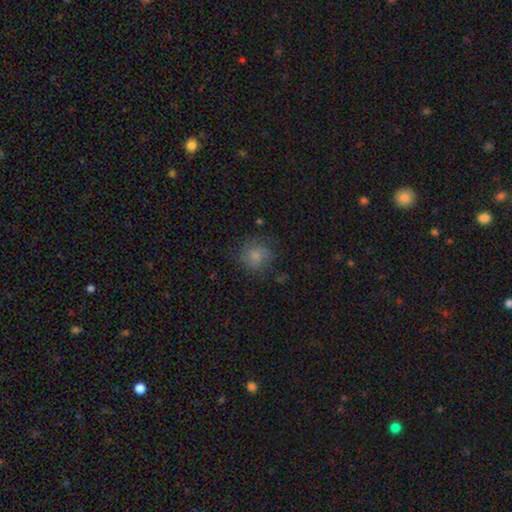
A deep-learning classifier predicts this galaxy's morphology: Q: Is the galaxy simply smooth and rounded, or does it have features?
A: smooth — 73%.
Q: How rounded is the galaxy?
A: round — 86%.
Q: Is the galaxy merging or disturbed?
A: none — 70%.